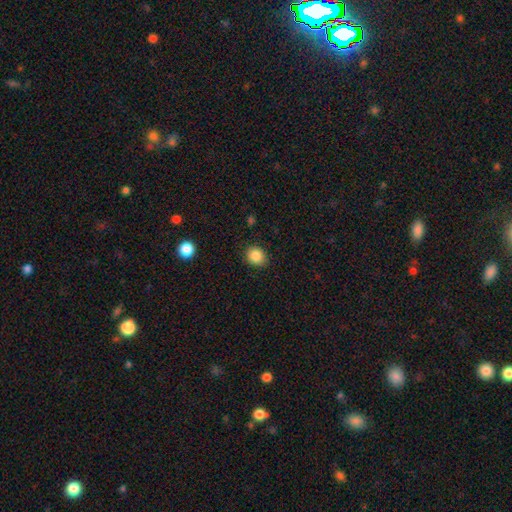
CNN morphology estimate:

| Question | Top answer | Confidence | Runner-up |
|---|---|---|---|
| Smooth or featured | smooth | 87% | star or artifact (10%) |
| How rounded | round | 71% | in between (28%) |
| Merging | none | 86% | minor disturbance (10%) |